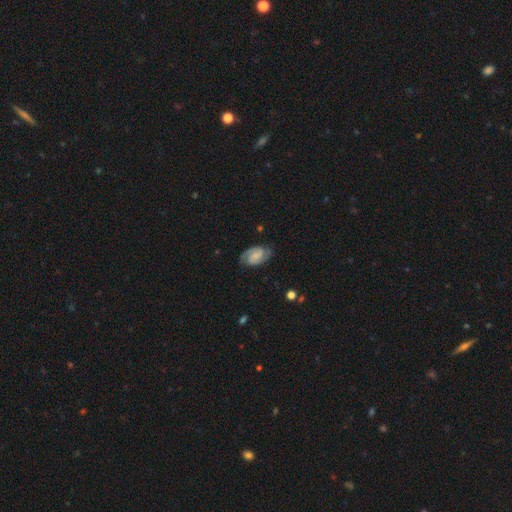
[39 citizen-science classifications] A featured or disk galaxy (74%) with no bar (41%), 2 (93%) medium (48%) spiral arms (100%) and no central bulge (38%). Merging: none (91%).